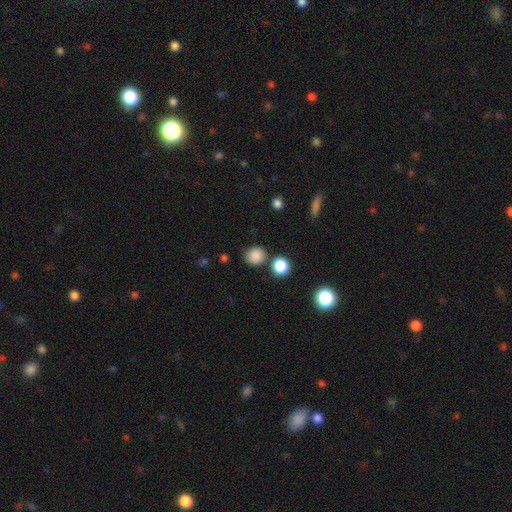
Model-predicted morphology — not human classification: Smooth or featured? Predicted: smooth (p=0.85). How rounded? Predicted: round (p=0.80). Merging? Predicted: none (p=0.73).